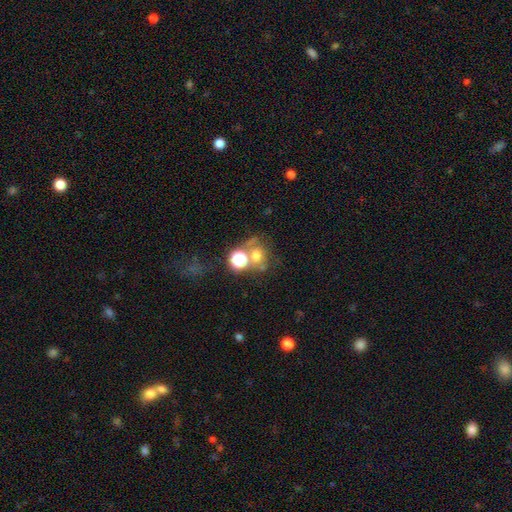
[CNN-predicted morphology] smooth 60%, star or artifact 24%, featured or disk 16%. Down the decision tree: how rounded — round (76%); merging — none (48%).